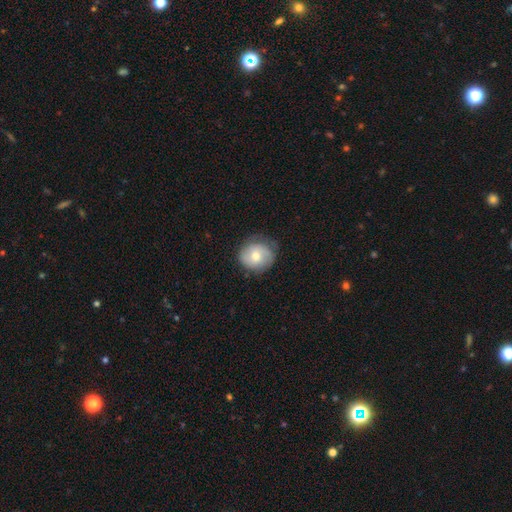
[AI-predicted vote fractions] A smooth galaxy with no disk features (60%) that is round (81%).

Vote fractions:
- Smooth or featured? smooth: 60% / featured or disk: 33% / star or artifact: 7%
- How rounded? round: 81% / in between: 18% / cigar-shaped: 1%
- Merging? none: 70% / minor disturbance: 23% / major disturbance: 6% / merger: 1%